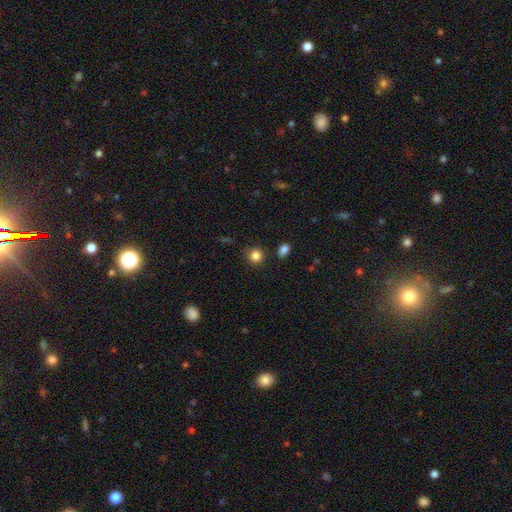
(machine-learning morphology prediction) Smooth or featured? smooth (84%)
How rounded? round (86%)
Merging? none (82%)